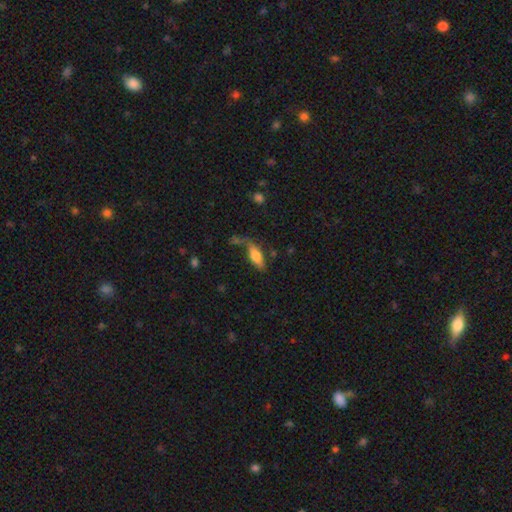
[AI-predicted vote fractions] smooth 69%, featured or disk 23%, star or artifact 8%. Down the decision tree: how rounded — in between (66%); merging — none (60%).